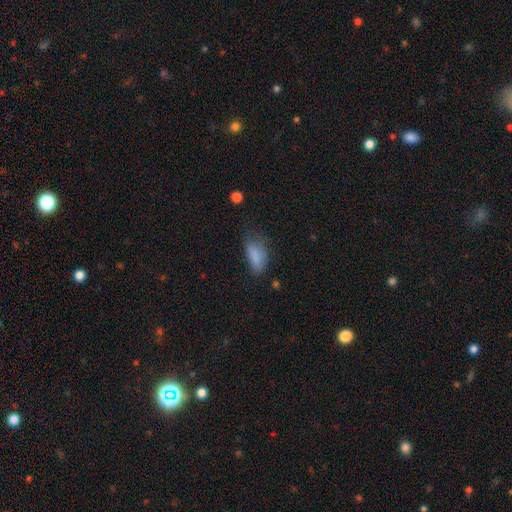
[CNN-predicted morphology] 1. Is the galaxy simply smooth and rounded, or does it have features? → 82% smooth, 9% star or artifact, 9% featured or disk.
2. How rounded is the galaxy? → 85% in between, 12% cigar-shaped, 3% round.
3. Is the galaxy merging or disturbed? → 43% none, 35% minor disturbance, 20% major disturbance, 3% merger.